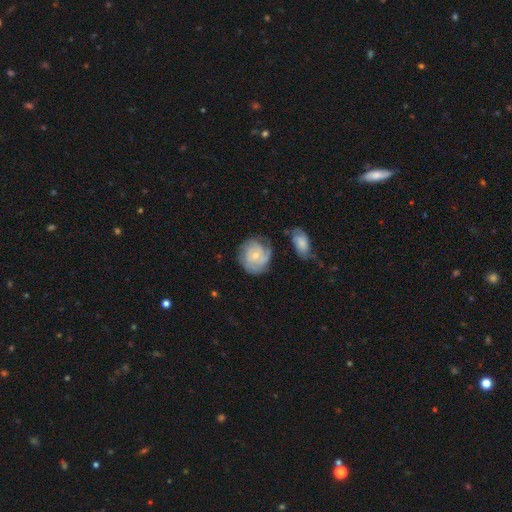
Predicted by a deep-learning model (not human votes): This is likely a featured or disk galaxy (61%). It is clearly not viewed edge-on (97%). Bar: likely no (78%). Spiral arm pattern: clearly yes (83%). Central bulge: likely small (65%). Merging: possibly none (59%).